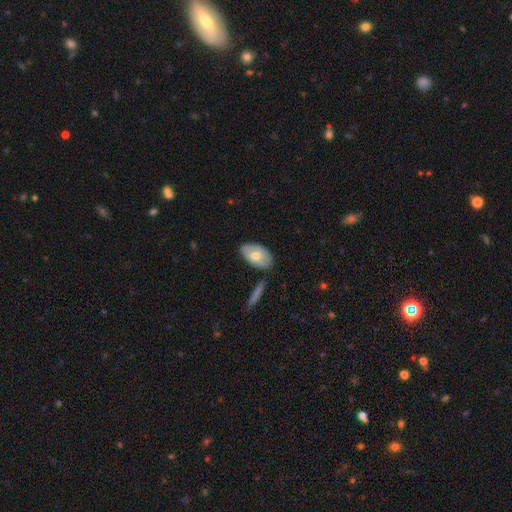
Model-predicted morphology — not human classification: Smooth or featured: smooth — 61% (featured or disk — 33%)
How rounded: in between — 92% (round — 5%)
Merging: none — 74% (minor disturbance — 17%)